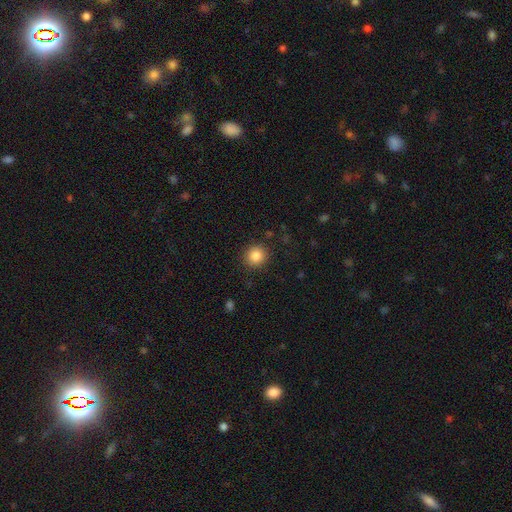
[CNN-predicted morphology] Smooth or featured: smooth — 86% (star or artifact — 10%)
How rounded: round — 91% (in between — 8%)
Merging: none — 89% (minor disturbance — 7%)